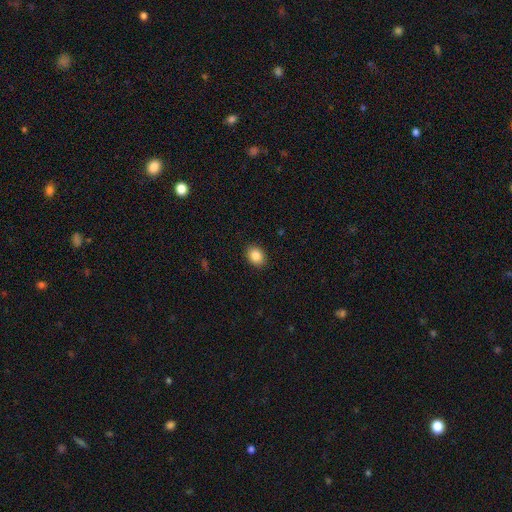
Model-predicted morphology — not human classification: smooth_or_featured: smooth (p=0.86) [alt: star or artifact p=0.09]
how_rounded: in between (p=0.61) [alt: round p=0.38]
merging: none (p=0.90) [alt: minor disturbance p=0.07]